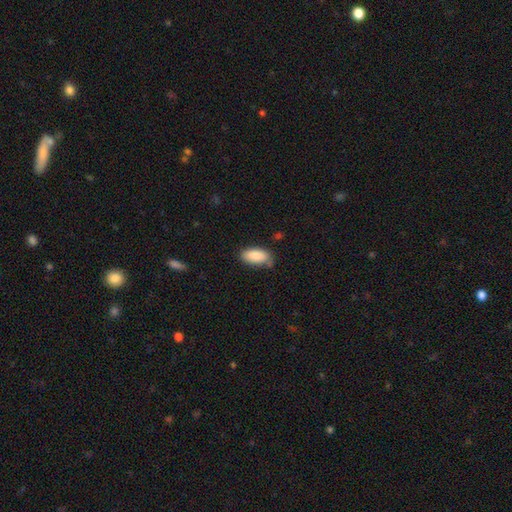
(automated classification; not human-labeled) smooth-or-featured: smooth: 88% | star or artifact: 6% | featured or disk: 5%
  how-rounded: in between: 92% | cigar-shaped: 6% | round: 2%
  merging: none: 69% | minor disturbance: 23% | major disturbance: 5% | merger: 4%